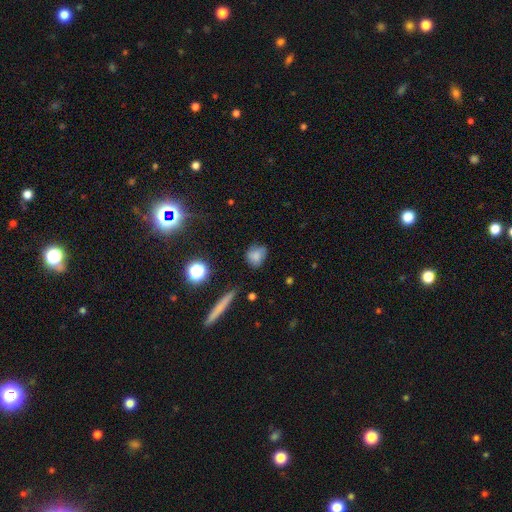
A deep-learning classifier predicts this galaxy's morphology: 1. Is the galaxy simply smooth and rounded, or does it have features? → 75% smooth, 13% featured or disk, 11% star or artifact.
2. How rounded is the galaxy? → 56% round, 41% in between, 3% cigar-shaped.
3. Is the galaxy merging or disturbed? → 65% none, 25% minor disturbance, 7% major disturbance, 3% merger.